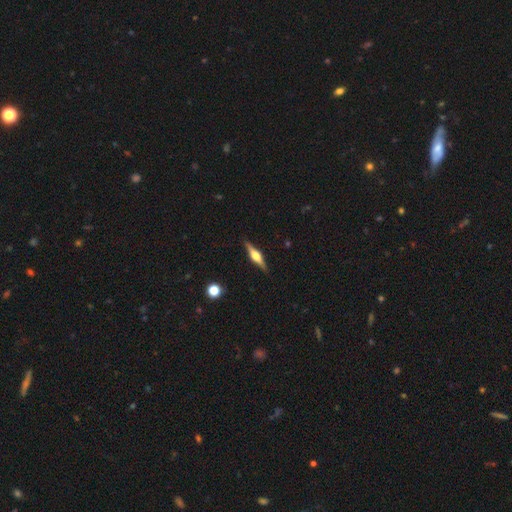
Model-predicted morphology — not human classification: Smooth or featured? Predicted: featured or disk (p=0.72). Edge-on disk? Predicted: yes (p=0.98). Edge-on bulge? Predicted: rounded (p=0.91). Merging? Predicted: none (p=0.90).